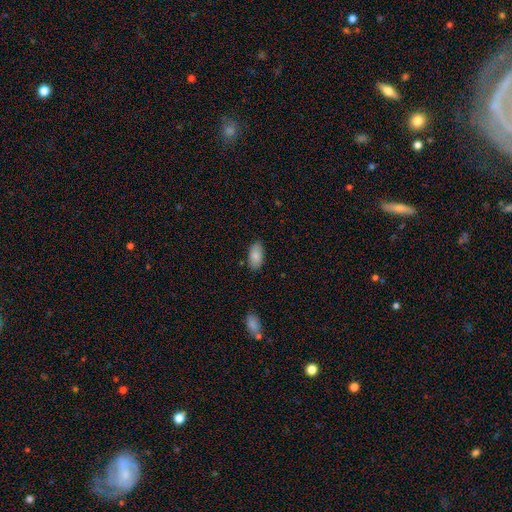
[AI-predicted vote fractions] The model was most divided on "merging": none: 85%, minor disturbance: 11%, major disturbance: 2%, merger: 1%. More confident: how rounded — in between (94%); smooth or featured — smooth (86%).